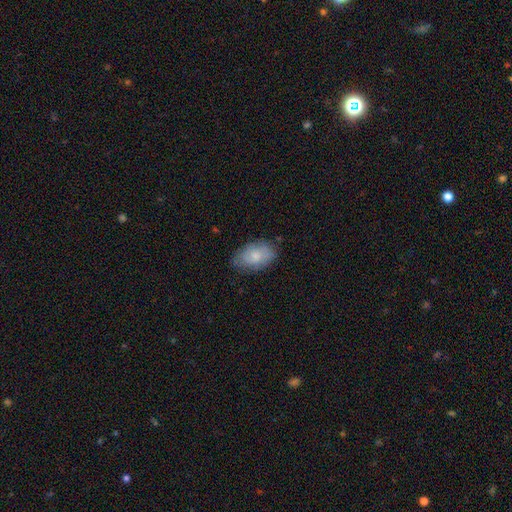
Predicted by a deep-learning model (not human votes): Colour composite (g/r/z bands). It shows a smooth galaxy with no disk features (73%) that is in between round and cigar-shaped (92%). Merging: none (73%).